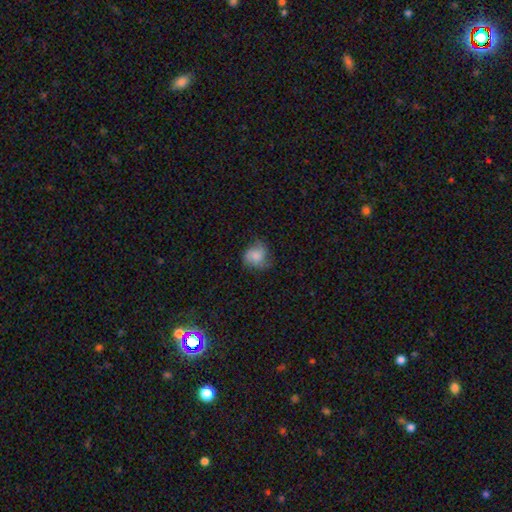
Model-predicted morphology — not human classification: Smooth or featured? Predicted: smooth (p=0.68). How rounded? Predicted: round (p=0.71). Merging? Predicted: none (p=0.59).